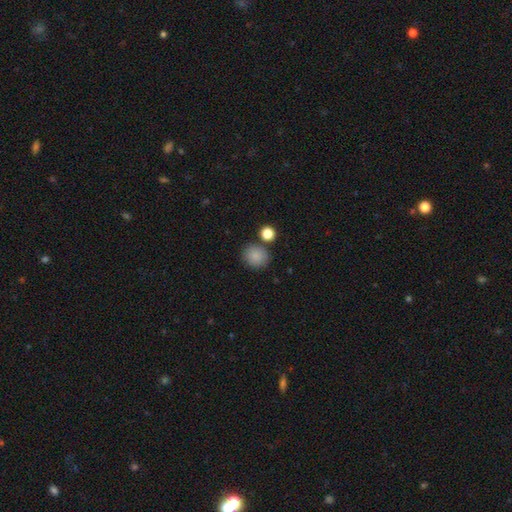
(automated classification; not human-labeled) Smooth or featured: smooth — 86% (star or artifact — 9%)
How rounded: round — 82% (in between — 16%)
Merging: none — 79% (minor disturbance — 9%)